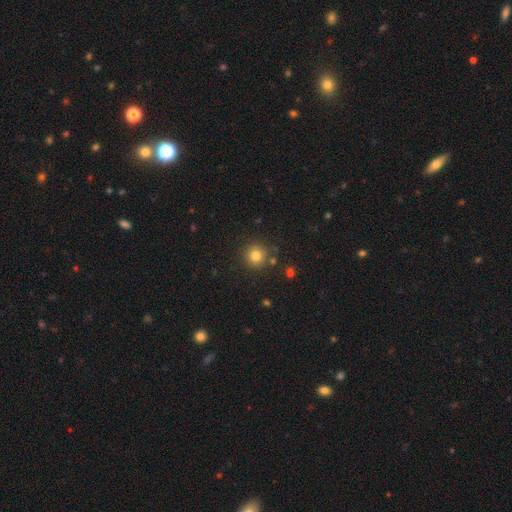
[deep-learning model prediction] Smooth or featured: smooth — 80% (star or artifact — 13%)
How rounded: round — 94% (in between — 5%)
Merging: none — 85% (minor disturbance — 8%)